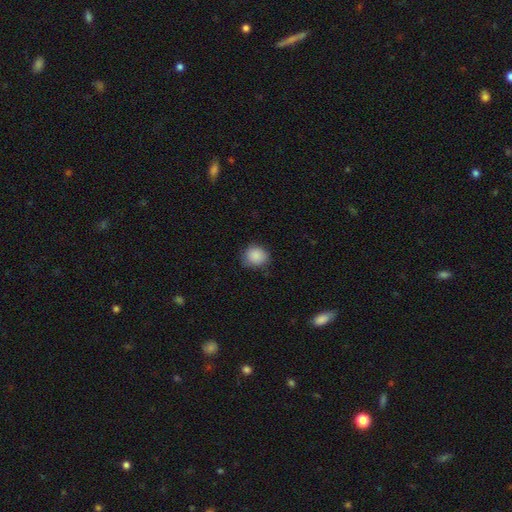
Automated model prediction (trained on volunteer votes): This appears to be a smooth galaxy with no disk features (88%) that is round (79%). Merging: none (77%).